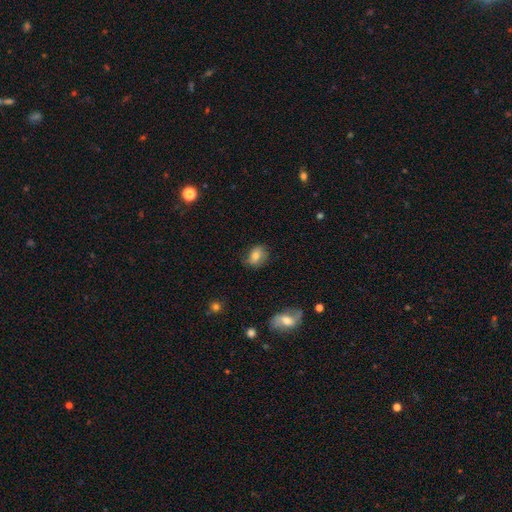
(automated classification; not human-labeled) A smooth galaxy with no disk features (73%) that is in between round and cigar-shaped (64%). Merging: none (67%).